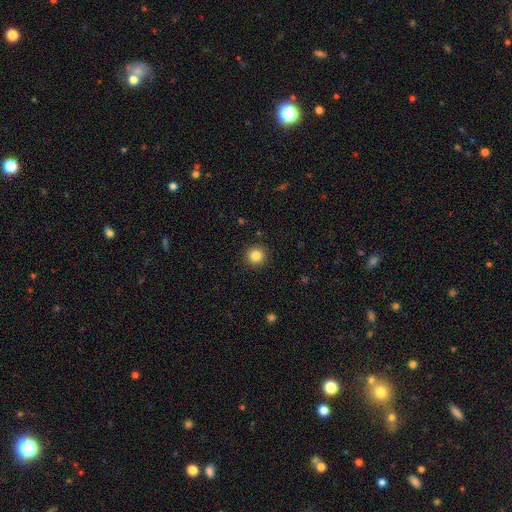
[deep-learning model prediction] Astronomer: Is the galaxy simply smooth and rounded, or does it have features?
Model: smooth — 85%.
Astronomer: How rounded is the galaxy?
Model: round — 95%.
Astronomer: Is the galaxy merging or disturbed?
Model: none — 92%.